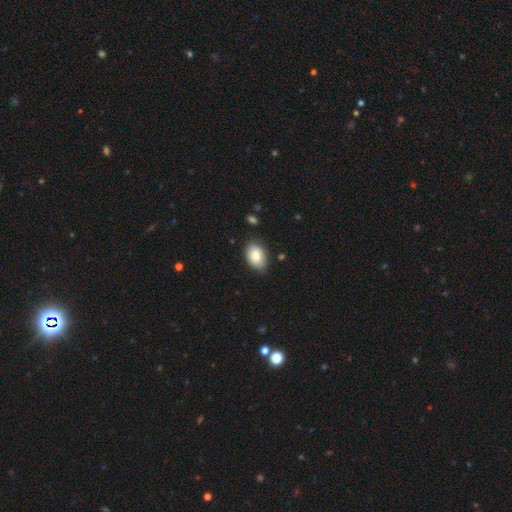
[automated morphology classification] This appears to be a smooth galaxy with no disk features (82%) that is in between round and cigar-shaped (87%). Merging: none (79%).